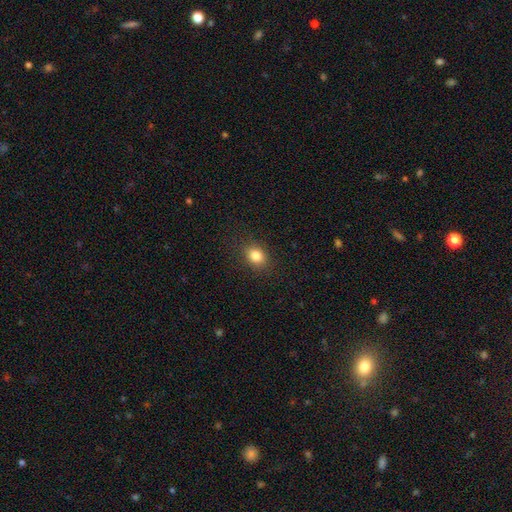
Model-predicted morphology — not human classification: The model was most divided on "how rounded": in between: 51%, round: 48%, cigar-shaped: 1%. More confident: merging — none (87%); smooth or featured — smooth (84%).